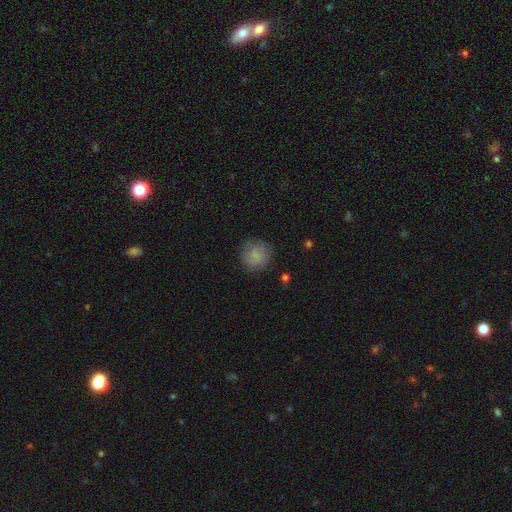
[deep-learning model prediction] smooth_or_featured: smooth (p=0.81) [alt: featured or disk p=0.10]
how_rounded: round (p=0.90) [alt: in between p=0.09]
merging: none (p=0.78) [alt: minor disturbance p=0.15]